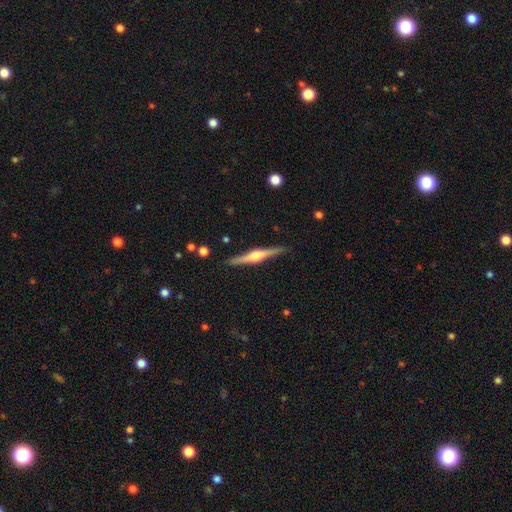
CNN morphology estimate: A featured or disk galaxy (78%) viewed edge-on (98%) with a rounded central bulge (90%).

Vote fractions:
- Smooth or featured? featured or disk: 78% / smooth: 17% / star or artifact: 5%
- Edge-on disk? yes: 98% / no: 2%
- Edge-on bulge? rounded: 90% / boxy: 7% / none: 3%
- Merging? none: 90% / minor disturbance: 7% / major disturbance: 1% / merger: 1%